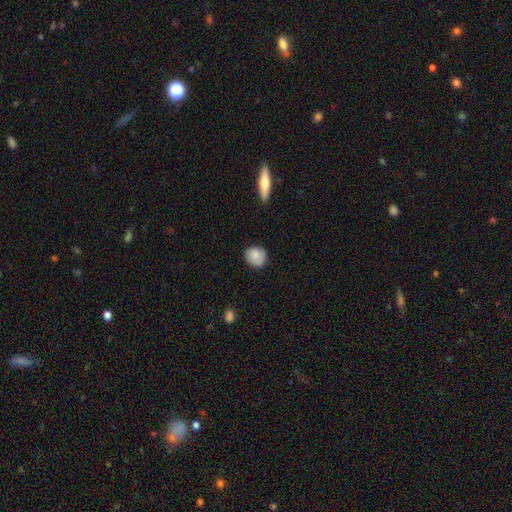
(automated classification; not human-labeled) The model was most divided on "how rounded": round: 76%, in between: 23%, cigar-shaped: 1%. More confident: smooth or featured — smooth (80%); merging — none (79%).